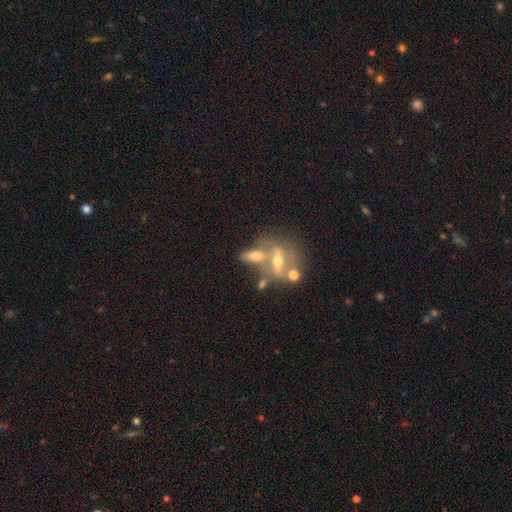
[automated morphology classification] smooth-or-featured: smooth: 45% | featured or disk: 43% | star or artifact: 11%
  merging: merger: 42% | none: 39% | minor disturbance: 11% | major disturbance: 7%